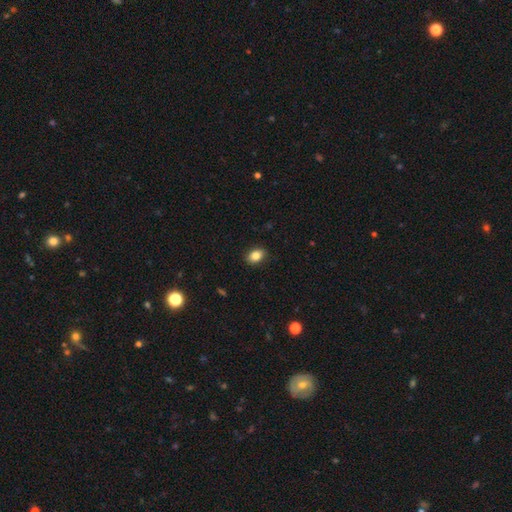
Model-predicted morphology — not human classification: Q: Smooth or featured?
A: smooth (84%); runner-up: star or artifact (9%)
Q: How rounded?
A: in between (72%); runner-up: round (27%)
Q: Merging?
A: none (88%); runner-up: minor disturbance (9%)